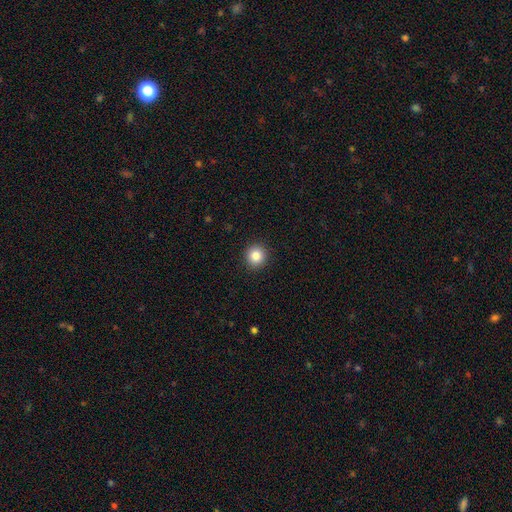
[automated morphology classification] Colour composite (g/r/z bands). It shows a smooth galaxy with no disk features (85%) that is round (93%). Merging: none (93%).